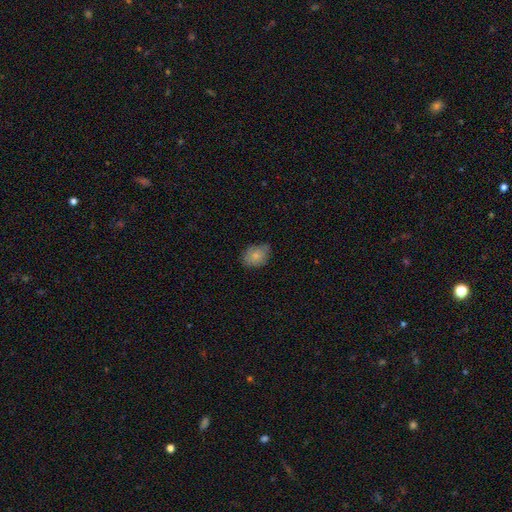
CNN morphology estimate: Q: Smooth or featured?
A: smooth (79%); runner-up: featured or disk (13%)
Q: How rounded?
A: in between (61%); runner-up: round (38%)
Q: Merging?
A: none (66%); runner-up: minor disturbance (28%)